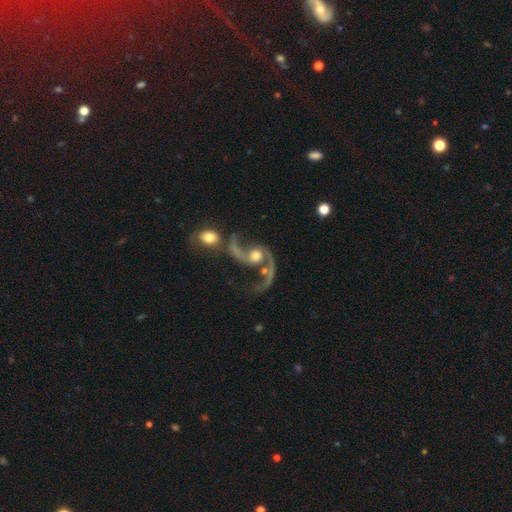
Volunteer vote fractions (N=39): A featured or disk galaxy (95%) with no bar (73%), 2 (100%) loose (83%) spiral arms (97%) and a moderate central bulge (59%).

Vote fractions:
- Smooth or featured? featured or disk: 95% / smooth: 5% / star or artifact: 0%
- Edge-on disk? no: 100% / yes: 0%
- Bar? no: 73% / weak: 24% / strong: 3%
- Spiral arms? yes: 97% / no: 3%
- Spiral winding? loose: 83% / medium: 14% / tight: 3%
- Spiral arm count? 2: 100% / 1: 0% / 3: 0% / 4: 0% / more than 4: 0% / can't tell: 0%
- Bulge size? moderate: 59% / large: 14% / small: 14% / none: 8% / dominant: 5%
- Merging? none: 33% / major disturbance: 28% / merger: 28% / minor disturbance: 10%